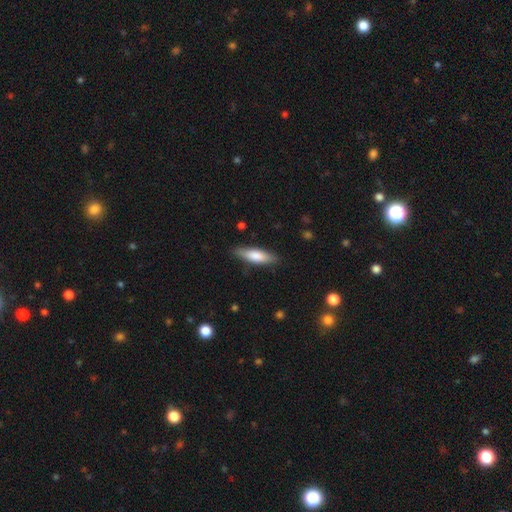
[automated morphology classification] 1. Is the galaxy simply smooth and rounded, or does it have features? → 71% smooth, 23% featured or disk, 6% star or artifact.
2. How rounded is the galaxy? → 60% cigar-shaped, 38% in between, 2% round.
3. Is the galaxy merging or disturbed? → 86% none, 11% minor disturbance, 2% major disturbance, 1% merger.